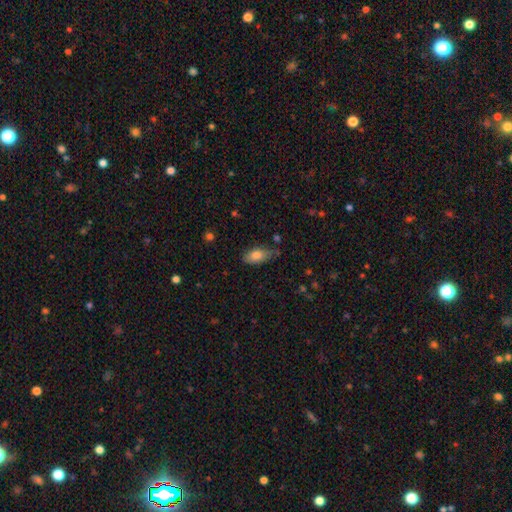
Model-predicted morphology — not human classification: This is clearly a smooth galaxy (81%). How rounded: clearly in between (89%). Merging: likely none (69%).